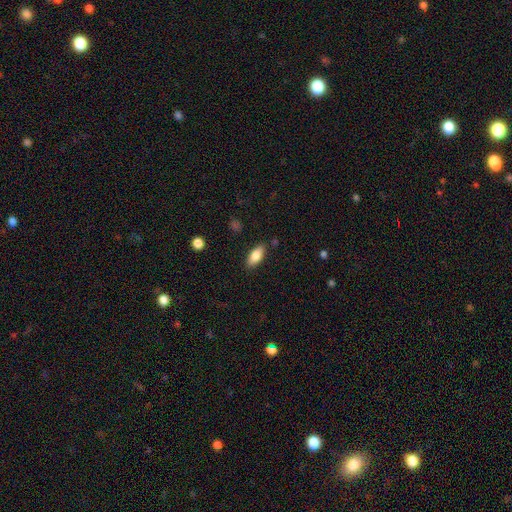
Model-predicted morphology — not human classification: This is clearly a smooth galaxy (82%). How rounded: clearly in between (85%). Merging: clearly none (86%).